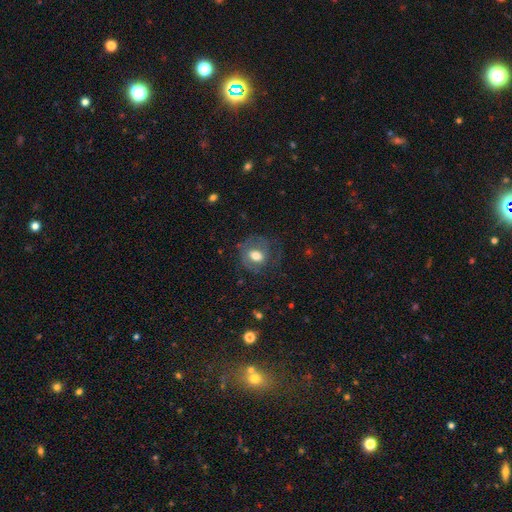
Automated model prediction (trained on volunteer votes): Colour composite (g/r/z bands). It shows a smooth galaxy with no disk features (59%) that is round (64%). Merging: none (59%).